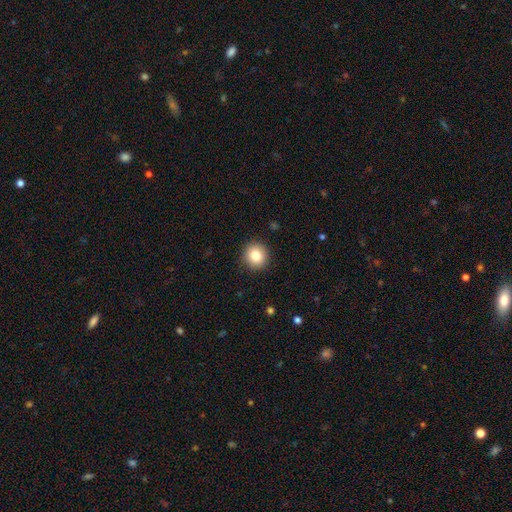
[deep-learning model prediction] This appears to be a smooth galaxy with no disk features (82%) that is round (93%). Merging: none (91%).